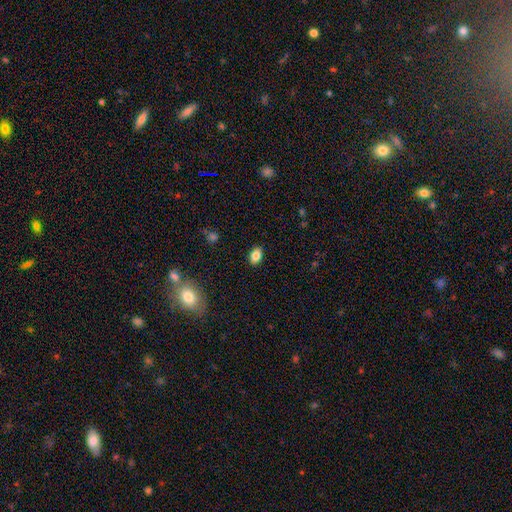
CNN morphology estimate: This is clearly a smooth galaxy (82%). How rounded: clearly in between (88%). Merging: clearly none (87%).